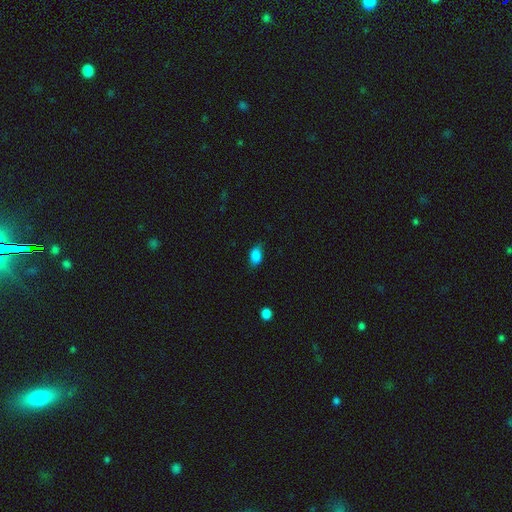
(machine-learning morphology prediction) Smooth or featured: smooth — 84% (star or artifact — 9%)
How rounded: in between — 86% (round — 11%)
Merging: none — 72% (minor disturbance — 22%)